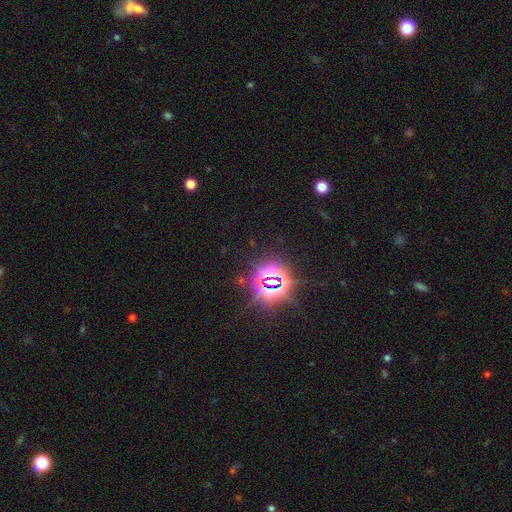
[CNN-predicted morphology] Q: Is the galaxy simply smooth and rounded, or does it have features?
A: star or artifact — 84%.